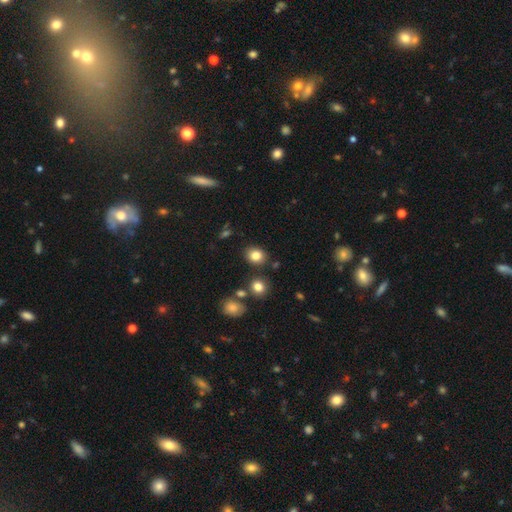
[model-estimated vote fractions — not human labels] A smooth galaxy with no disk features (82%) that is round (61%). Merging: none (84%).